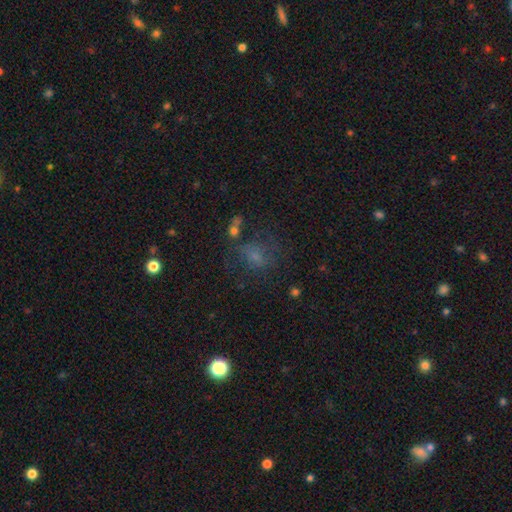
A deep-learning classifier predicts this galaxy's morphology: Smooth or featured?
  - smooth: 56% *
  - star or artifact: 22%
  - featured or disk: 22%
How rounded?
  - in between: 55% *
  - round: 43%
  - cigar-shaped: 2%
Merging?
  - none: 46% *
  - major disturbance: 25%
  - minor disturbance: 20%
  - merger: 8%